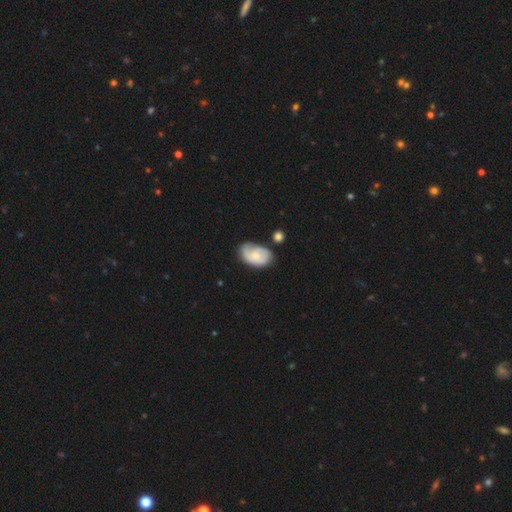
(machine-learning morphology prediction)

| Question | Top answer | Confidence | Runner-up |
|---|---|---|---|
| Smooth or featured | featured or disk | 48% | smooth (46%) |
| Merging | none | 51% | minor disturbance (33%) |